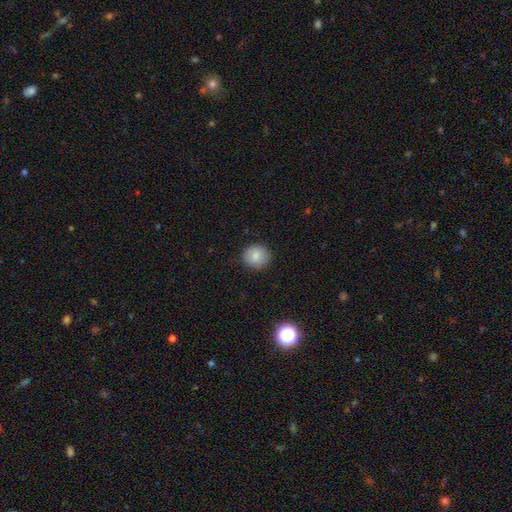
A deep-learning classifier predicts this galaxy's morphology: Q: Smooth or featured?
A: smooth (84%); runner-up: star or artifact (9%)
Q: How rounded?
A: round (87%); runner-up: in between (12%)
Q: Merging?
A: none (89%); runner-up: minor disturbance (8%)